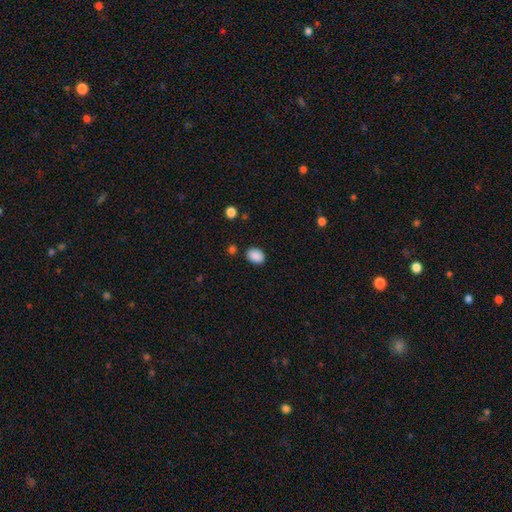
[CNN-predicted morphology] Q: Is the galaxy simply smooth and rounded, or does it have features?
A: smooth — 89%.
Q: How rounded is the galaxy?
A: in between — 76%.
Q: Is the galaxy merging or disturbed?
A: none — 84%.